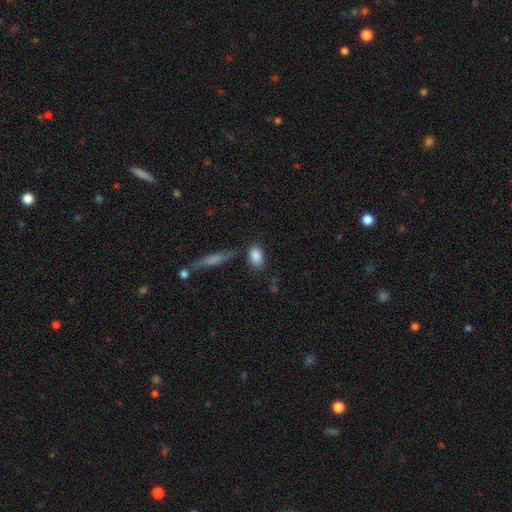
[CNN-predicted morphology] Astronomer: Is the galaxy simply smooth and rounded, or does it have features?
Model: smooth — 87%.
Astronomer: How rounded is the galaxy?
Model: in between — 88%.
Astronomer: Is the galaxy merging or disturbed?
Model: none — 72%.